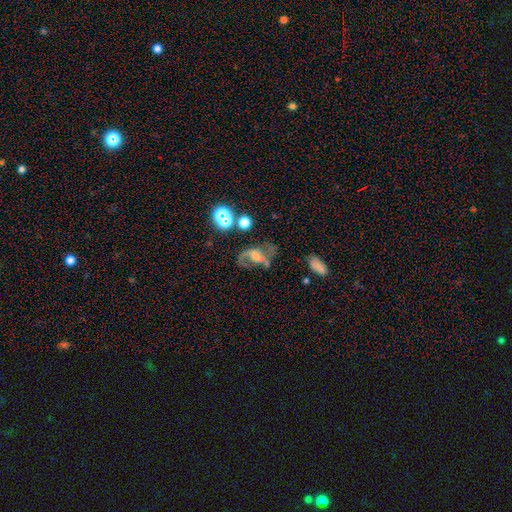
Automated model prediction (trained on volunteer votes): A featured or disk galaxy (68%) with no bar (44%), 2 (82%) loose (56%) spiral arms (85%) and a moderate central bulge (29%). Merging: none (45%).